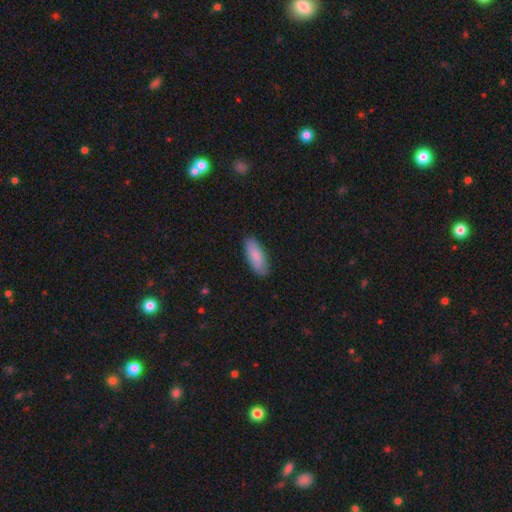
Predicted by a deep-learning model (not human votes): Smooth or featured? smooth (85%)
How rounded? in between (69%)
Merging? none (87%)